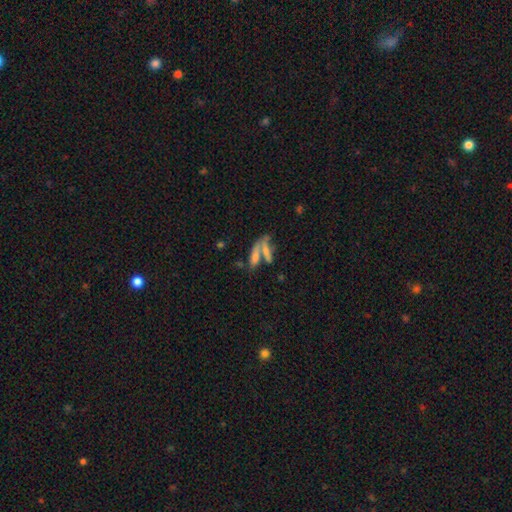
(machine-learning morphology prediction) This appears to be a smooth galaxy with no disk features (51%) that is cigar-shaped (55%). Merging: merger (52%).